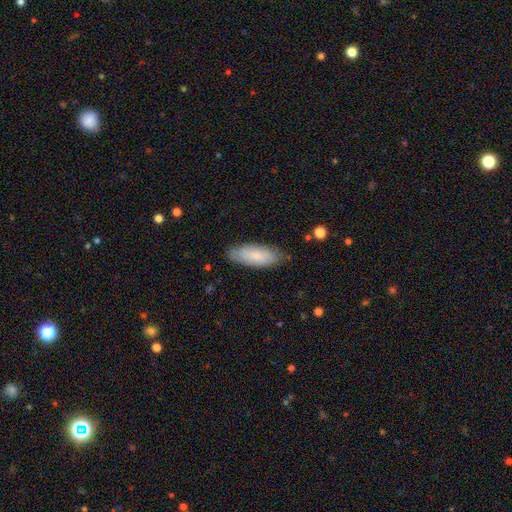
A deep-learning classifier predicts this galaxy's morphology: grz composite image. It shows a smooth galaxy with no disk features (83%) that is in between round and cigar-shaped (71%). Merging: none (83%).